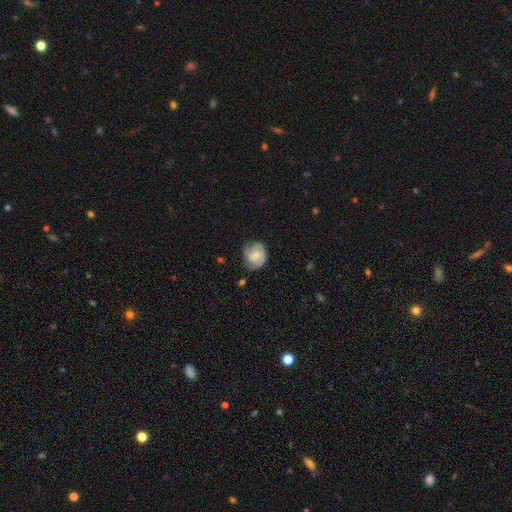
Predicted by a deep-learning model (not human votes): smooth-or-featured: featured or disk: 57% | smooth: 36% | star or artifact: 7%
  disk-edge-on: no: 97% | yes: 3%
    bar: no: 59% | weak: 34% | strong: 6%
    has-spiral-arms: yes: 84% | no: 16%
    bulge-size: small: 46% | moderate: 45% | none: 5% | large: 2% | dominant: 1%
  merging: none: 64% | minor disturbance: 26% | major disturbance: 8% | merger: 2%